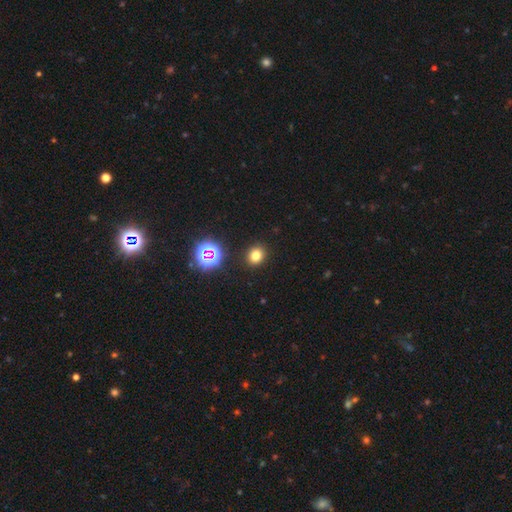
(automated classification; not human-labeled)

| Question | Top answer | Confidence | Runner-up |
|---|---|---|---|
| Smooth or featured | smooth | 76% | star or artifact (18%) |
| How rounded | round | 65% | in between (34%) |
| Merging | none | 90% | minor disturbance (6%) |